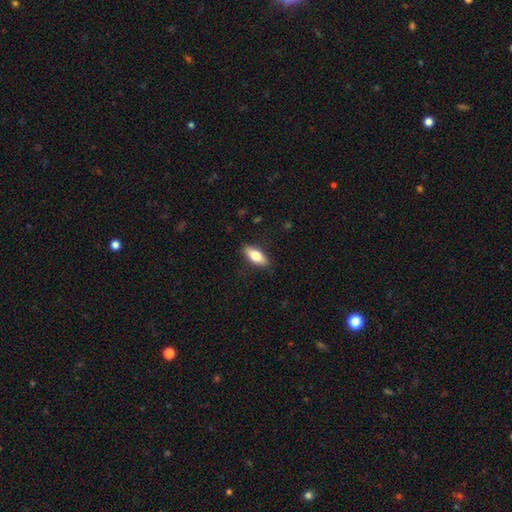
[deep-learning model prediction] Smooth or featured: smooth — 74% (featured or disk — 20%)
How rounded: in between — 74% (cigar-shaped — 23%)
Merging: none — 87% (minor disturbance — 10%)